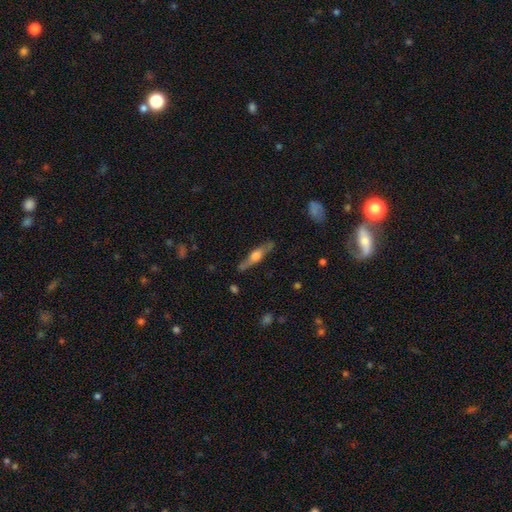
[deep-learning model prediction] This is likely a featured or disk galaxy (62%). It is clearly viewed edge-on (93%). Edge-on bulge: clearly rounded (84%). Merging: clearly none (82%).